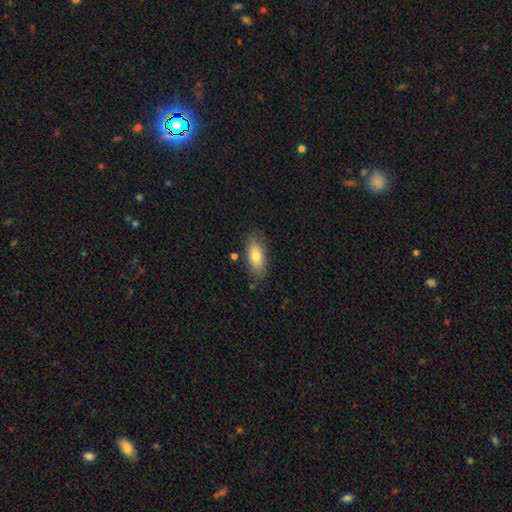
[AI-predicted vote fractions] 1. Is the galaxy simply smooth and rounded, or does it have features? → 76% smooth, 17% featured or disk, 7% star or artifact.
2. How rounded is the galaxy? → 85% in between, 11% cigar-shaped, 4% round.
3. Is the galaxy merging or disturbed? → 80% none, 14% minor disturbance, 3% major disturbance, 3% merger.